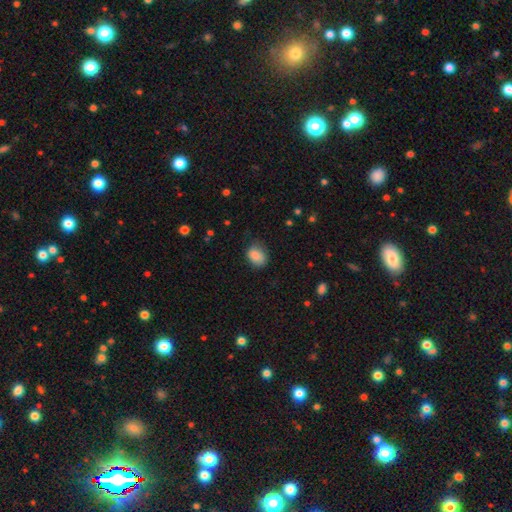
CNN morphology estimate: The model was most divided on "how rounded": in between: 66%, round: 33%, cigar-shaped: 1%. More confident: smooth or featured — smooth (86%); merging — none (67%).